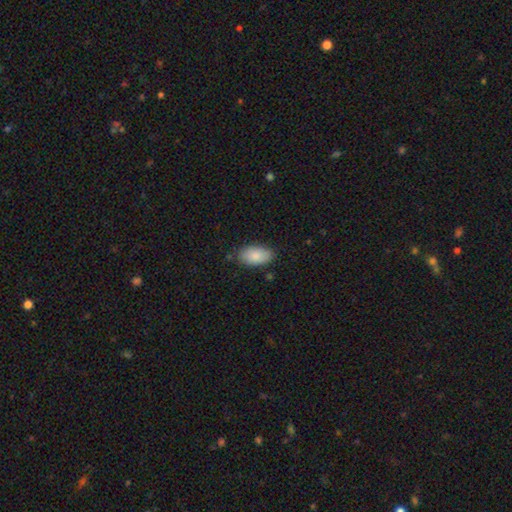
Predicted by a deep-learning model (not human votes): Smooth or featured: smooth — 86% (featured or disk — 8%)
How rounded: in between — 95% (round — 3%)
Merging: none — 81% (minor disturbance — 14%)